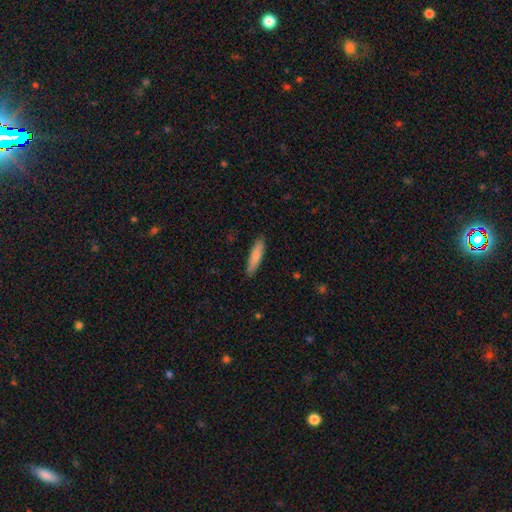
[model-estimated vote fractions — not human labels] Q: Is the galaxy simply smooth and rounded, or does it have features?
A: smooth — 78%.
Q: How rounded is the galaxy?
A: cigar-shaped — 78%.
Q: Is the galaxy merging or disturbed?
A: none — 88%.